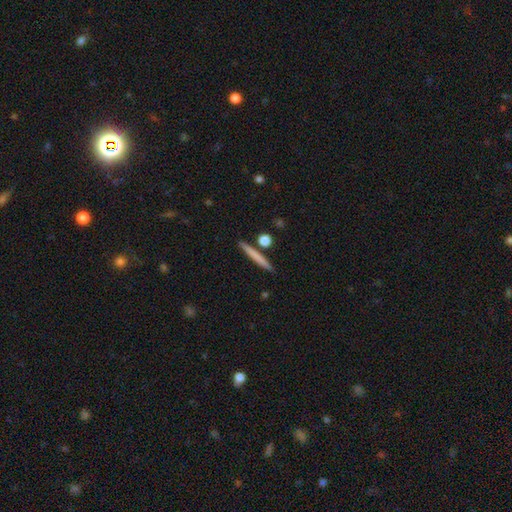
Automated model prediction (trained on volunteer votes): Overall: smooth (69%). How rounded: cigar-shaped (94%). Merging: none (87%).